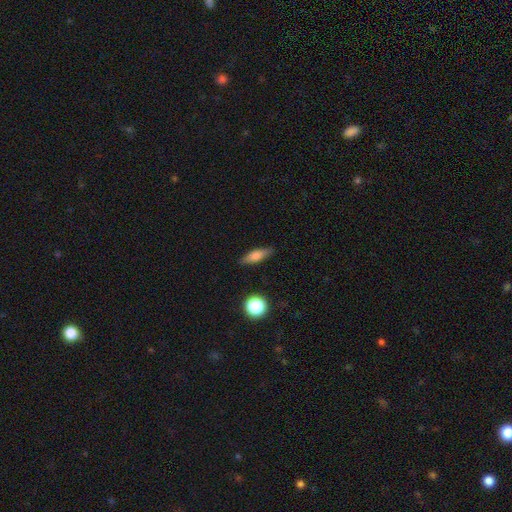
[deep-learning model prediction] Smooth or featured? Predicted: smooth (p=0.62). How rounded? Predicted: cigar-shaped (p=0.52). Merging? Predicted: none (p=0.86).